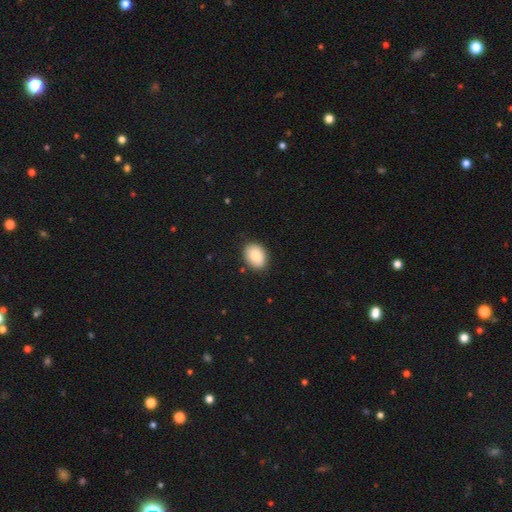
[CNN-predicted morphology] This is clearly a smooth galaxy (87%). How rounded: likely in between (75%). Merging: clearly none (86%).